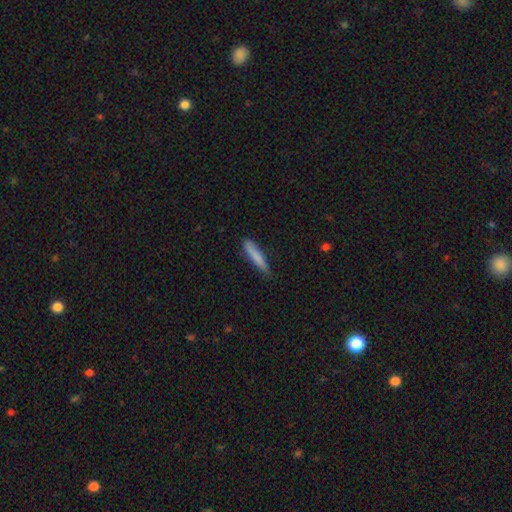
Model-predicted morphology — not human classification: smooth 82%, featured or disk 12%, star or artifact 6%. Down the decision tree: how rounded — cigar-shaped (89%); merging — none (80%).